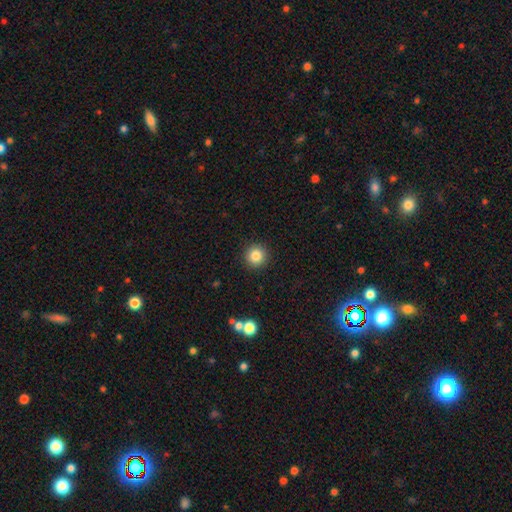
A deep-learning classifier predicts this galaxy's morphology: A smooth galaxy with no disk features (84%) that is round (95%). Merging: none (92%).